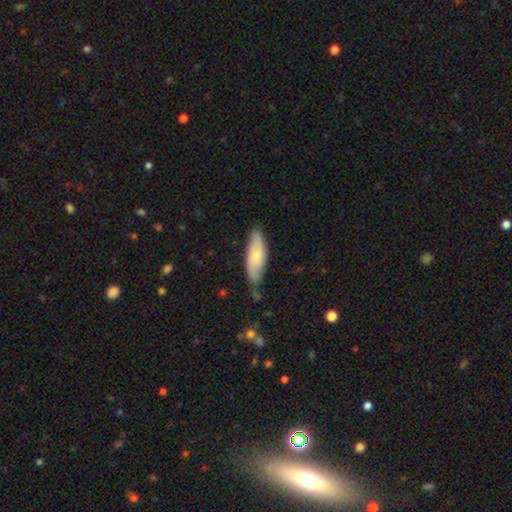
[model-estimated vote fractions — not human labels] smooth 60%, featured or disk 34%, star or artifact 6%. Down the decision tree: how rounded — in between (58%); merging — none (73%).